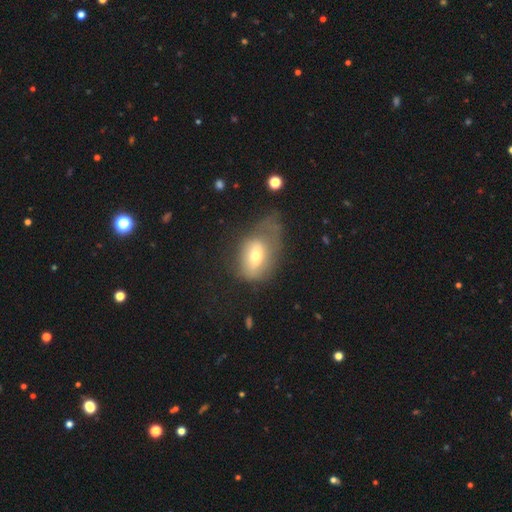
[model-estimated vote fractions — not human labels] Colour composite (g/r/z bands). It shows a smooth galaxy with no disk features (58%) that is in between round and cigar-shaped (81%). Merging: major disturbance (45%).